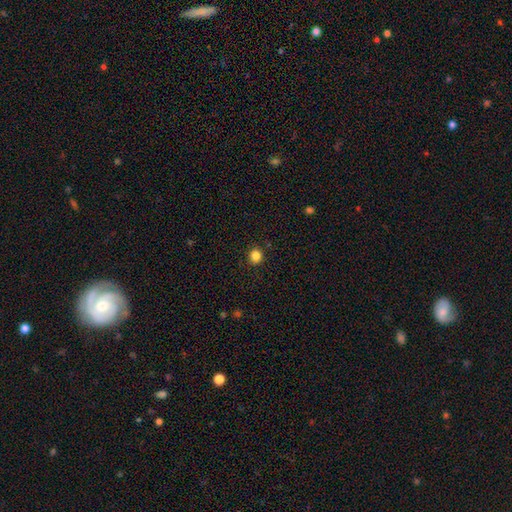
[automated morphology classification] This appears to be a smooth galaxy with no disk features (85%) that is round (88%). Merging: none (90%).